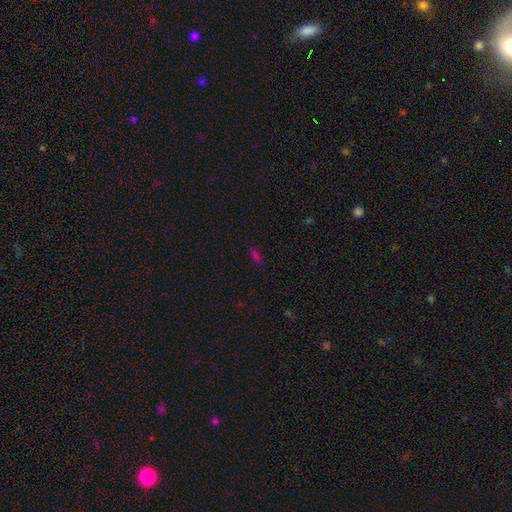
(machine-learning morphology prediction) smooth-or-featured: smooth: 69% | star or artifact: 24% | featured or disk: 7%
  how-rounded: in between: 76% | cigar-shaped: 18% | round: 6%
  merging: none: 82% | minor disturbance: 12% | major disturbance: 4% | merger: 2%